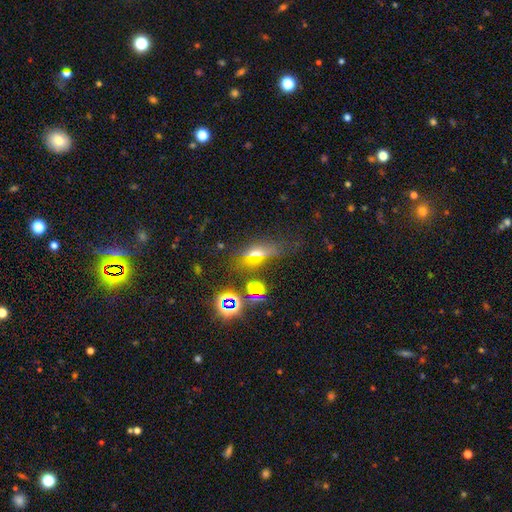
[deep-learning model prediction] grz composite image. It shows a smooth galaxy with no disk features (40%). Merging: none (50%).